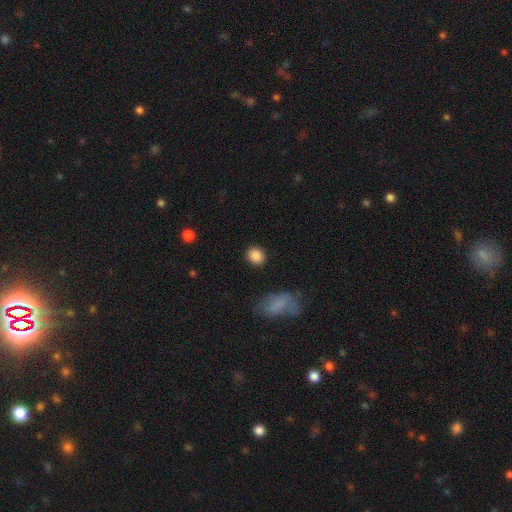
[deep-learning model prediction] smooth-or-featured: smooth: 88% | star or artifact: 8% | featured or disk: 4%
  how-rounded: round: 66% | in between: 33% | cigar-shaped: 1%
  merging: none: 87% | minor disturbance: 8% | major disturbance: 3% | merger: 2%